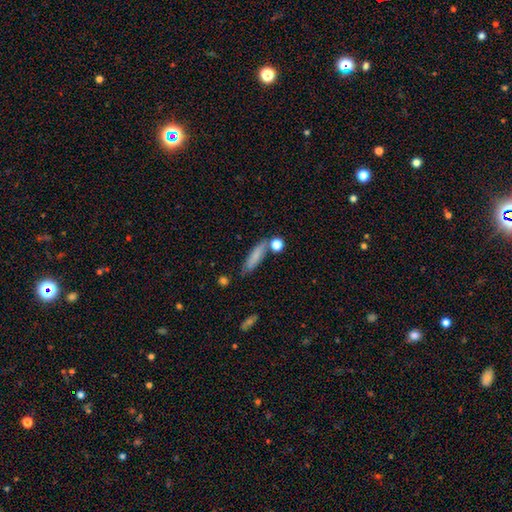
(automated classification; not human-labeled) Smooth or featured? Predicted: smooth (p=0.75). How rounded? Predicted: cigar-shaped (p=0.74). Merging? Predicted: none (p=0.70).